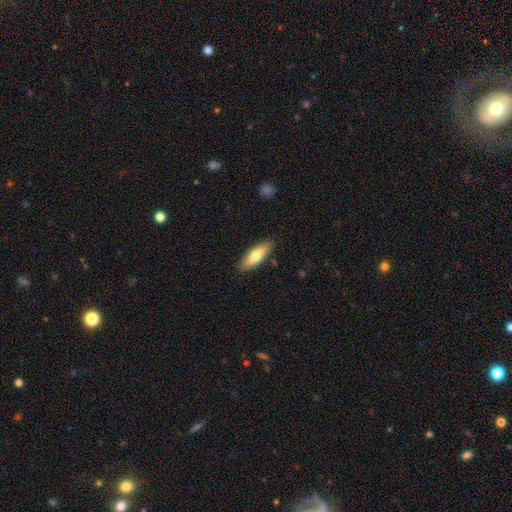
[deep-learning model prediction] This is likely a smooth galaxy (70%). How rounded: possibly in between (58%). Merging: clearly none (87%).